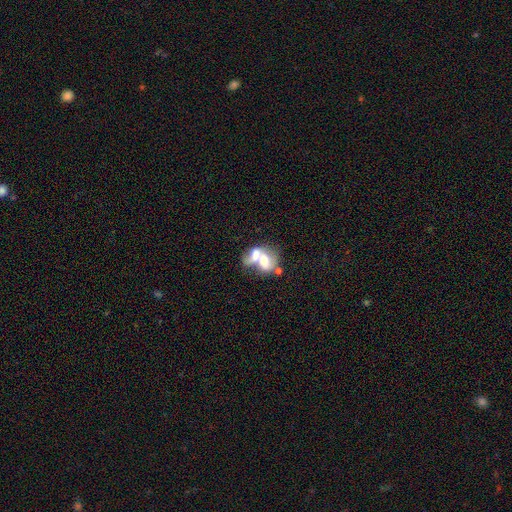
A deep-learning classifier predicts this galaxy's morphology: A smooth galaxy with no disk features (50%).

Vote fractions:
- Smooth or featured? smooth: 50% / featured or disk: 41% / star or artifact: 9%
- Merging? merger: 74% / none: 11% / major disturbance: 8% / minor disturbance: 6%